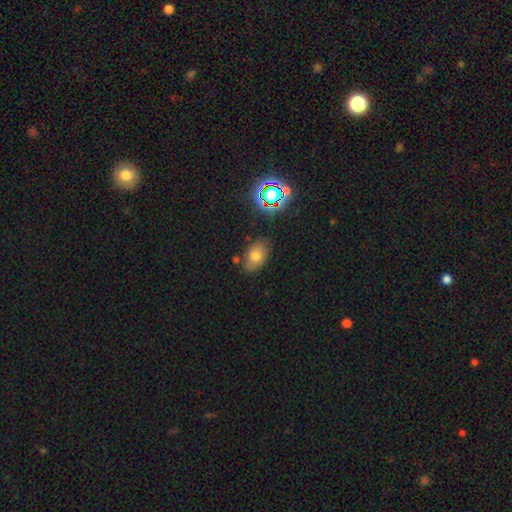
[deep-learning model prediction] Smooth or featured?
  - smooth: 68% *
  - star or artifact: 17%
  - featured or disk: 15%
How rounded?
  - in between: 83% *
  - round: 16%
  - cigar-shaped: 2%
Merging?
  - none: 76% *
  - minor disturbance: 16%
  - merger: 5%
  - major disturbance: 4%